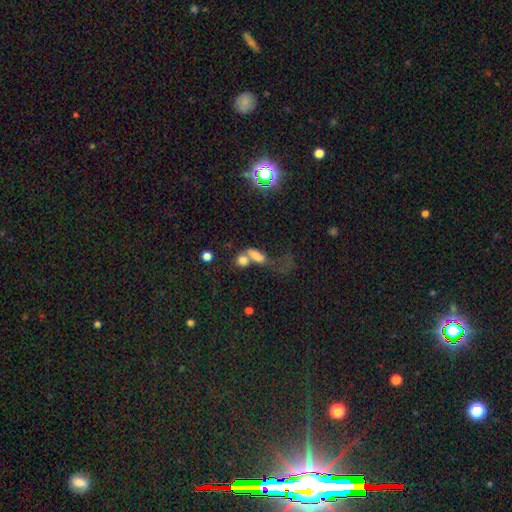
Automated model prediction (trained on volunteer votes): smooth-or-featured: smooth: 71% | featured or disk: 16% | star or artifact: 13%
  how-rounded: in between: 73% | round: 15% | cigar-shaped: 12%
  merging: merger: 57% | none: 20% | major disturbance: 14% | minor disturbance: 9%